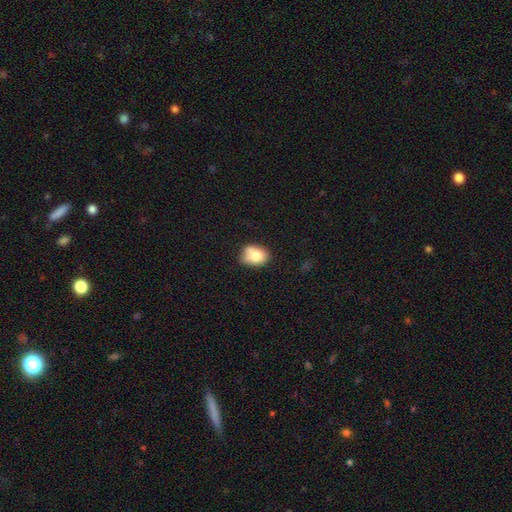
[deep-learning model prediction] A smooth galaxy with no disk features (73%) that is in between round and cigar-shaped (61%).

Vote fractions:
- Smooth or featured? smooth: 73% / featured or disk: 17% / star or artifact: 10%
- How rounded? in between: 61% / round: 38% / cigar-shaped: 1%
- Merging? none: 45% / minor disturbance: 28% / merger: 19% / major disturbance: 8%